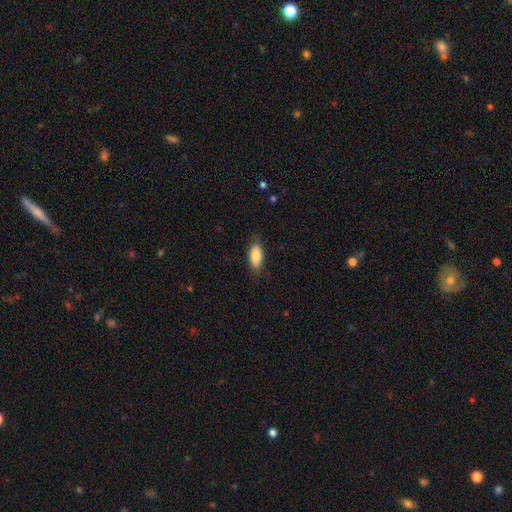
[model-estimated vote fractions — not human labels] Q: Smooth or featured?
A: smooth (83%); runner-up: featured or disk (11%)
Q: How rounded?
A: in between (87%); runner-up: cigar-shaped (10%)
Q: Merging?
A: none (83%); runner-up: minor disturbance (13%)